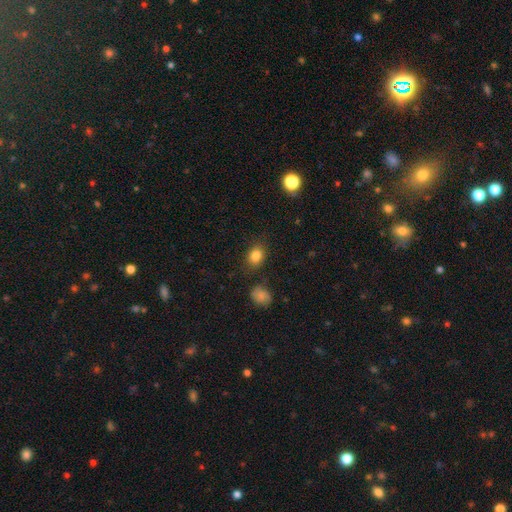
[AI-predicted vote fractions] Smooth or featured? smooth (83%)
How rounded? in between (62%)
Merging? none (79%)